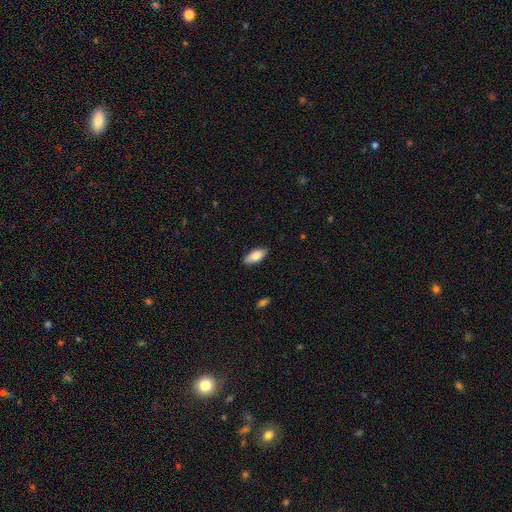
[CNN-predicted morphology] Smooth or featured? Predicted: smooth (p=0.79). How rounded? Predicted: in between (p=0.85). Merging? Predicted: none (p=0.87).